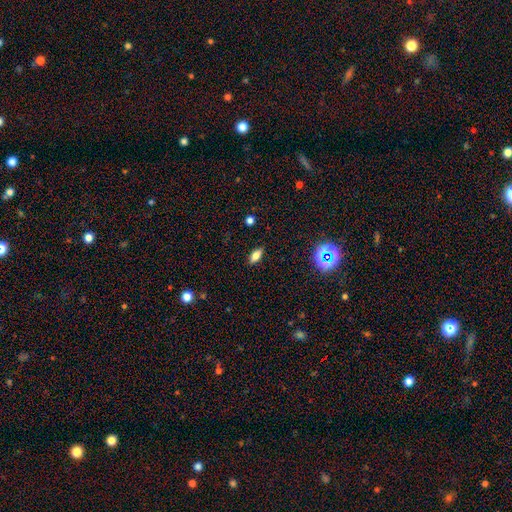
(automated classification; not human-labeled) This is likely a smooth galaxy (73%). How rounded: clearly in between (81%). Merging: clearly none (88%).